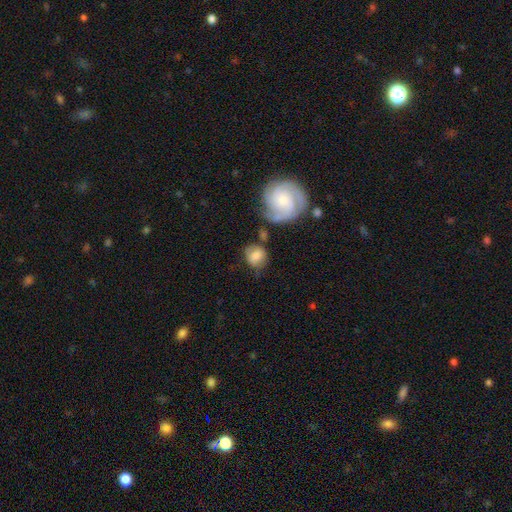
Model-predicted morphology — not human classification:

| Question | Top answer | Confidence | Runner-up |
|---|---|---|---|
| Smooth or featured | smooth | 69% | featured or disk (24%) |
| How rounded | round | 67% | in between (31%) |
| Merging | none | 55% | minor disturbance (23%) |